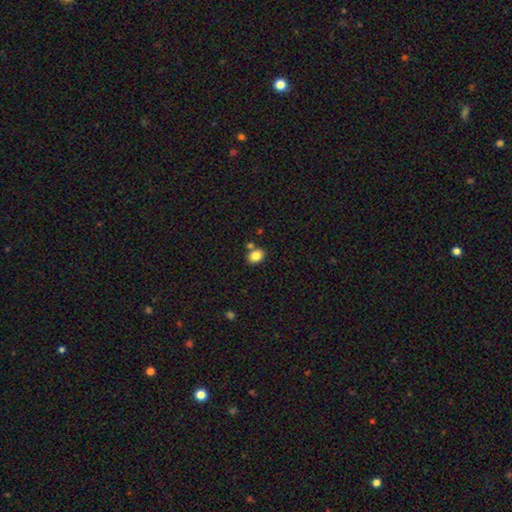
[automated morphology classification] This appears to be a smooth galaxy with no disk features (84%) that is in between round and cigar-shaped (54%). Merging: none (73%).